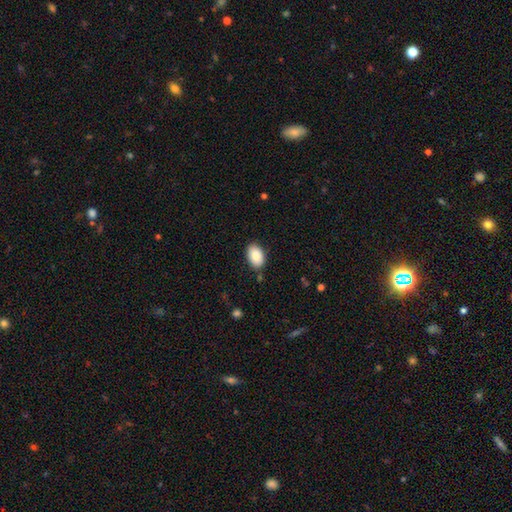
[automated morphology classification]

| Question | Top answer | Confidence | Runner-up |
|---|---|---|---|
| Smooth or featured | smooth | 86% | featured or disk (8%) |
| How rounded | in between | 90% | round (8%) |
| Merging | none | 85% | minor disturbance (11%) |